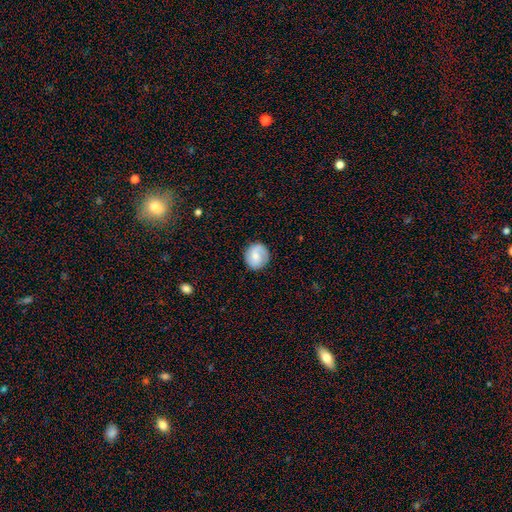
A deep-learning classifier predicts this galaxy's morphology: Smooth or featured: smooth — 59% (featured or disk — 34%)
How rounded: round — 86% (in between — 13%)
Merging: none — 84% (minor disturbance — 11%)